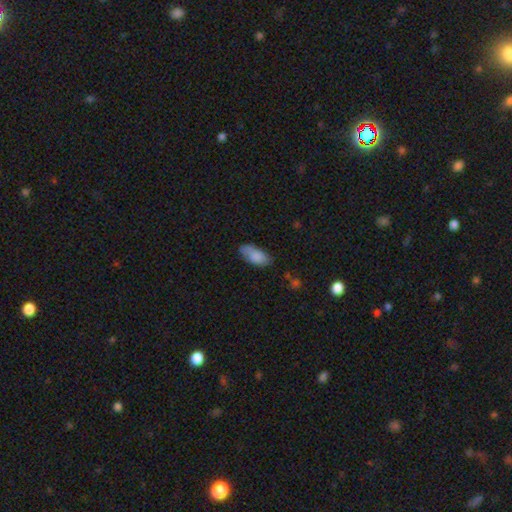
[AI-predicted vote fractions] Smooth or featured: smooth — 82% (featured or disk — 11%)
How rounded: in between — 90% (cigar-shaped — 8%)
Merging: none — 67% (minor disturbance — 25%)